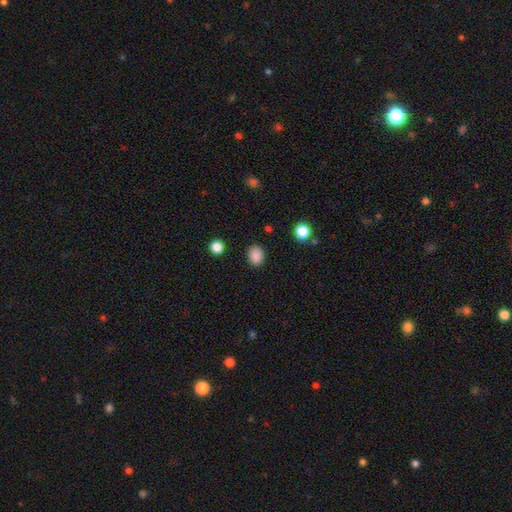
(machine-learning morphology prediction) type=smooth (87%); roundness=round (52%); merging=none (87%).